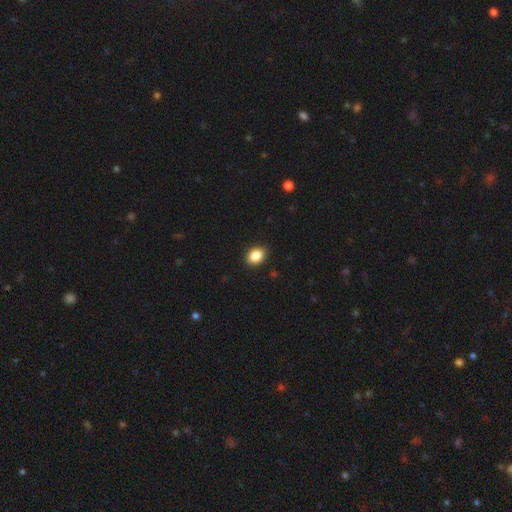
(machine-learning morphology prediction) Smooth or featured? smooth (87%)
How rounded? in between (69%)
Merging? none (88%)